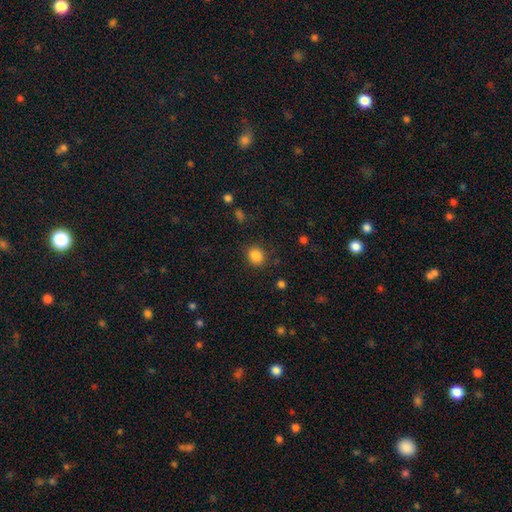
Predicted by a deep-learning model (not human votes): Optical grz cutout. It shows a smooth galaxy with no disk features (86%) that is round (75%). Merging: none (86%).